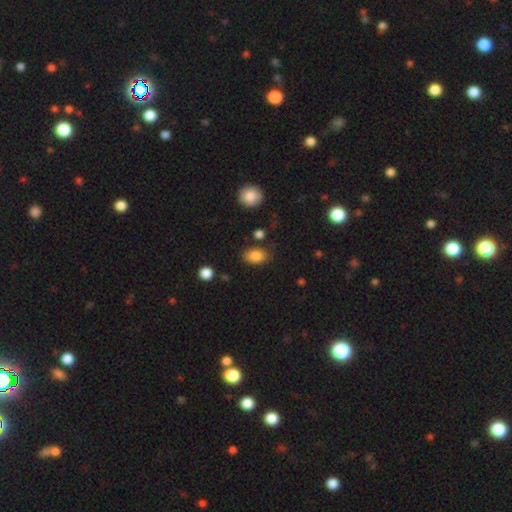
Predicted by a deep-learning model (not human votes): A smooth galaxy with no disk features (84%) that is in between round and cigar-shaped (85%).

Vote fractions:
- Smooth or featured? smooth: 84% / star or artifact: 8% / featured or disk: 7%
- How rounded? in between: 85% / round: 14% / cigar-shaped: 1%
- Merging? none: 79% / minor disturbance: 14% / major disturbance: 3% / merger: 3%